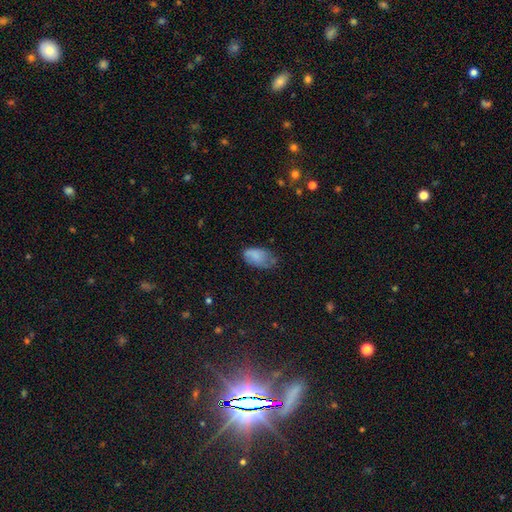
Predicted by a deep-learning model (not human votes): smooth-or-featured: smooth: 75% | featured or disk: 16% | star or artifact: 9%
  how-rounded: in between: 93% | round: 5% | cigar-shaped: 2%
  merging: none: 46% | minor disturbance: 37% | major disturbance: 15% | merger: 2%